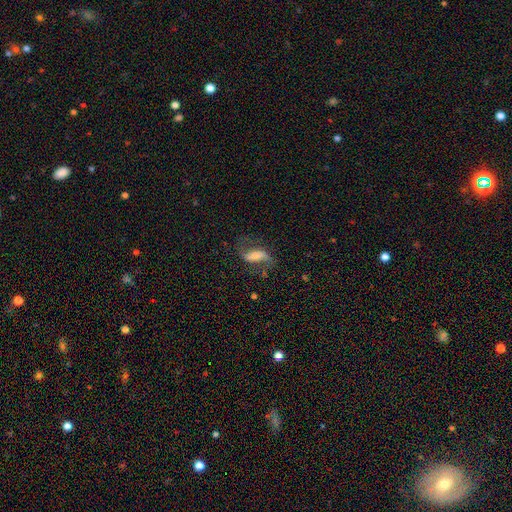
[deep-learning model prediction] Smooth or featured? featured or disk (70%)
Edge-on disk? no (93%)
Bar? strong (44%)
Spiral arms? yes (91%)
Spiral winding? loose (70%)
Spiral arm count? 2 (88%)
Bulge size? none (32%)
Merging? none (60%)